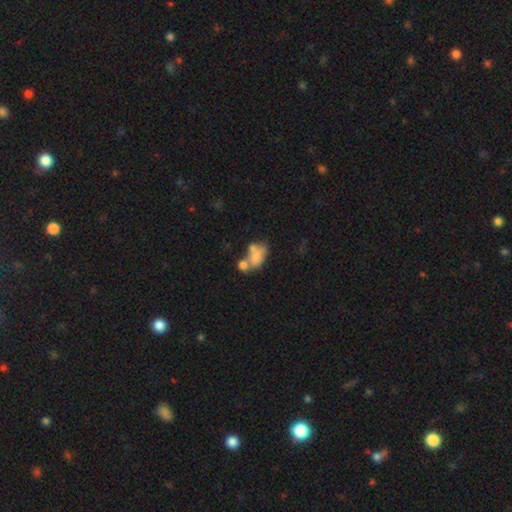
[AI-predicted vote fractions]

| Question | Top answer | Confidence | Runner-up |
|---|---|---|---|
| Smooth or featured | smooth | 64% | featured or disk (26%) |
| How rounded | in between | 85% | round (13%) |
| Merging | merger | 51% | none (23%) |